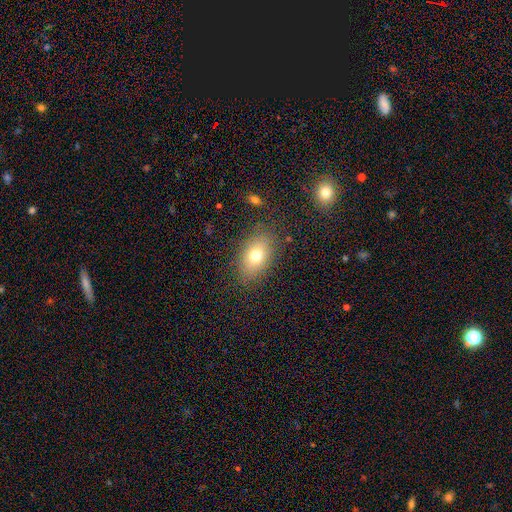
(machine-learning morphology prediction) type=smooth (74%); roundness=in between (82%); merging=none (82%).